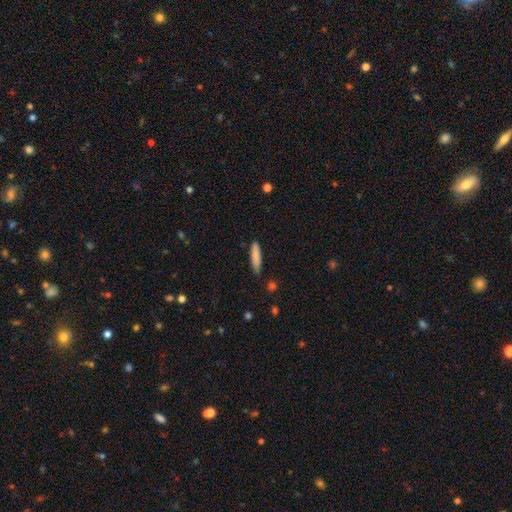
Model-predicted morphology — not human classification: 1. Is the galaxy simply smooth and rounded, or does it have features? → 83% smooth, 11% featured or disk, 6% star or artifact.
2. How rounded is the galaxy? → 81% cigar-shaped, 18% in between, 1% round.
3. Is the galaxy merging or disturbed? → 83% none, 14% minor disturbance, 2% major disturbance, 2% merger.